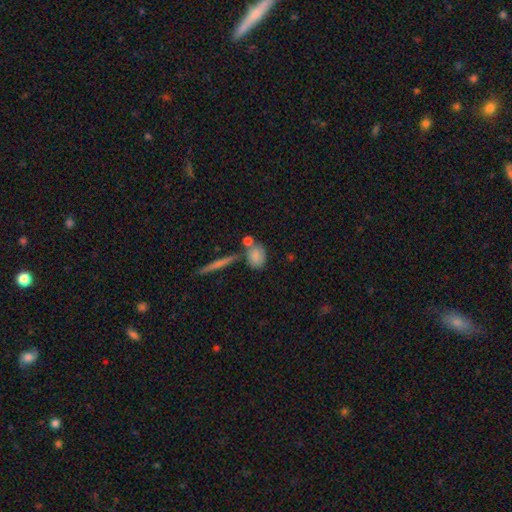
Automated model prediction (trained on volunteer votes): Smooth or featured? Predicted: smooth (p=0.79). How rounded? Predicted: in between (p=0.49). Merging? Predicted: none (p=0.57).